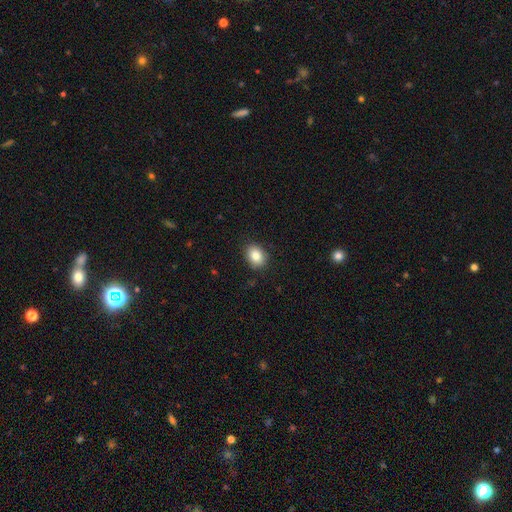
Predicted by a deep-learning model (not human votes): Smooth or featured? Predicted: smooth (p=0.84). How rounded? Predicted: in between (p=0.59). Merging? Predicted: none (p=0.87).